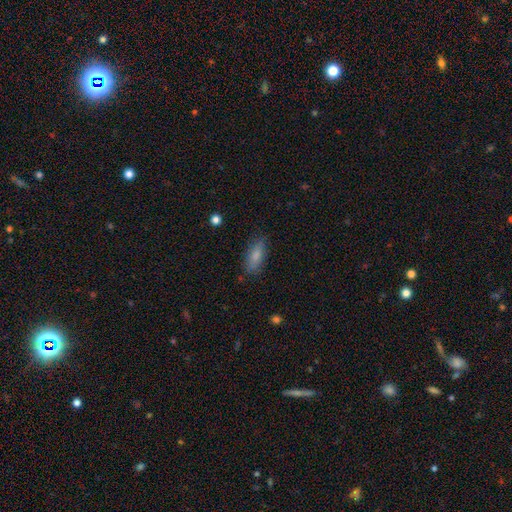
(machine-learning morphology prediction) Smooth or featured?
  - smooth: 81% *
  - featured or disk: 12%
  - star or artifact: 7%
How rounded?
  - in between: 72% *
  - cigar-shaped: 25%
  - round: 2%
Merging?
  - none: 81% *
  - minor disturbance: 14%
  - major disturbance: 3%
  - merger: 1%